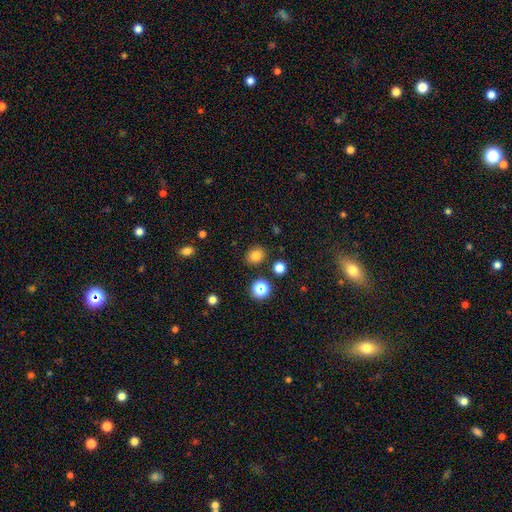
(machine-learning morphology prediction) smooth_or_featured: smooth (p=0.79) [alt: star or artifact p=0.15]
how_rounded: round (p=0.59) [alt: in between p=0.40]
merging: none (p=0.84) [alt: minor disturbance p=0.09]